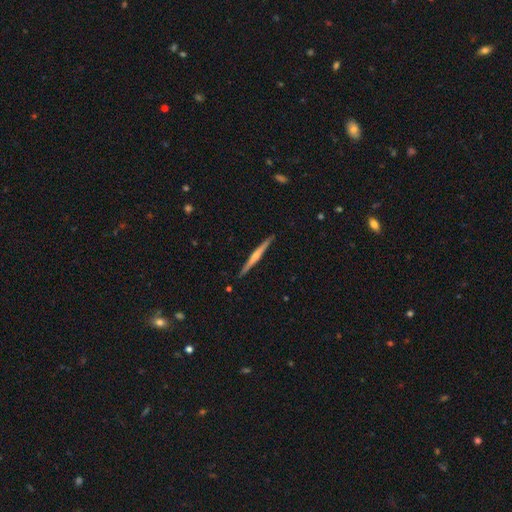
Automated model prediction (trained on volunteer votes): A featured or disk galaxy (64%) viewed edge-on (98%) with a rounded central bulge (55%). Merging: none (90%).